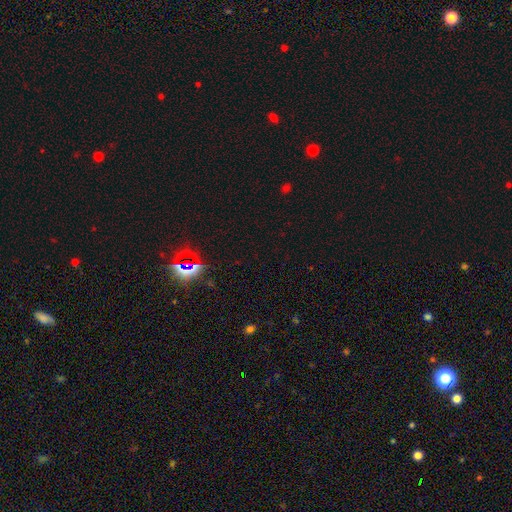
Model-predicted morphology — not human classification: Smooth or featured?
  - star or artifact: 75% *
  - smooth: 18%
  - featured or disk: 7%